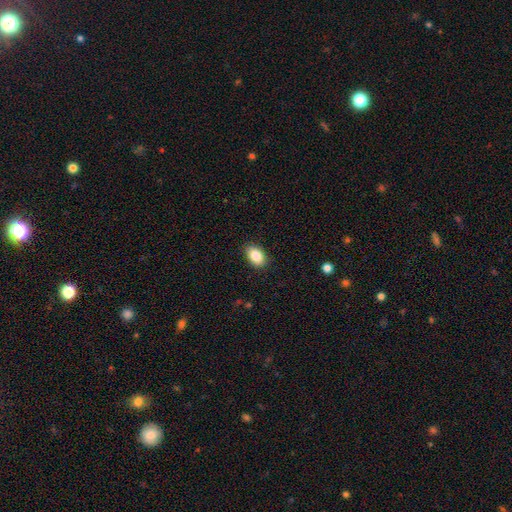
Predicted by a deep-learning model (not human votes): A smooth galaxy with no disk features (86%) that is in between round and cigar-shaped (85%).

Vote fractions:
- Smooth or featured? smooth: 86% / star or artifact: 8% / featured or disk: 6%
- How rounded? in between: 85% / round: 14% / cigar-shaped: 1%
- Merging? none: 87% / minor disturbance: 10% / major disturbance: 2% / merger: 1%